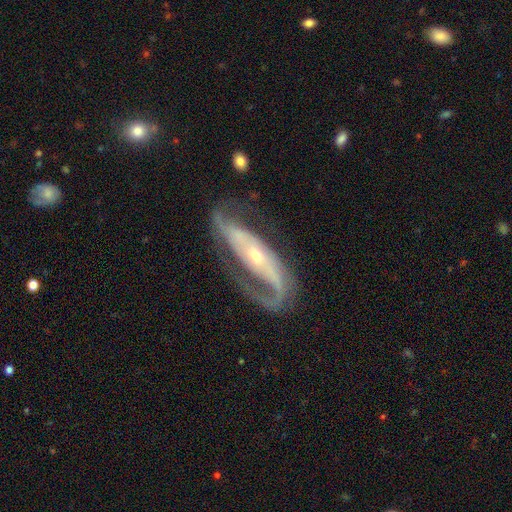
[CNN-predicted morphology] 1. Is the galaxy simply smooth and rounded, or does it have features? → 88% featured or disk, 7% smooth, 5% star or artifact.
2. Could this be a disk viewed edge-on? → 91% no, 9% yes.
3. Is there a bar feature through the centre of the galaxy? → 47% no, 30% strong, 23% weak.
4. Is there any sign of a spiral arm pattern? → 95% yes, 5% no.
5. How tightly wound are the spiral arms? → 44% medium, 31% loose, 25% tight.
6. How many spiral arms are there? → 81% 2, 10% 1, 5% can't tell, 2% 3, 1% 4, 1% more than 4.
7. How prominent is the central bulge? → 61% small, 35% moderate, 2% large, 1% dominant, 1% none.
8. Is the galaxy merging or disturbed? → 61% none, 19% minor disturbance, 18% major disturbance, 2% merger.